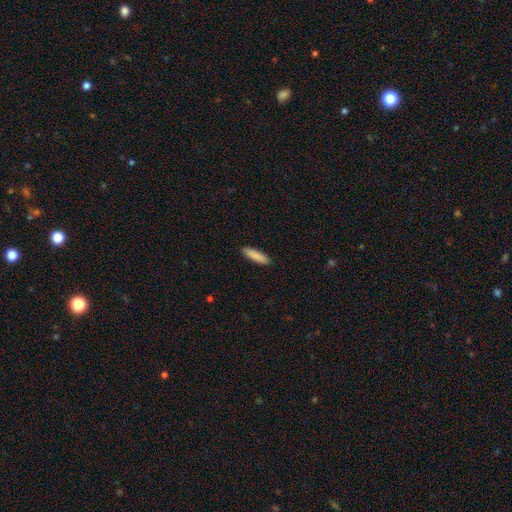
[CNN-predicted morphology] Smooth or featured? Predicted: smooth (p=0.88). How rounded? Predicted: cigar-shaped (p=0.72). Merging? Predicted: none (p=0.91).